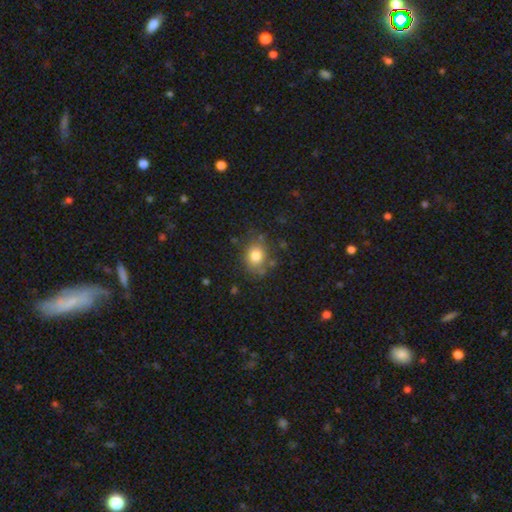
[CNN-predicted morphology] A smooth galaxy with no disk features (79%) that is round (54%).

Vote fractions:
- Smooth or featured? smooth: 79% / star or artifact: 11% / featured or disk: 10%
- How rounded? round: 54% / in between: 45% / cigar-shaped: 1%
- Merging? none: 73% / minor disturbance: 17% / major disturbance: 6% / merger: 4%